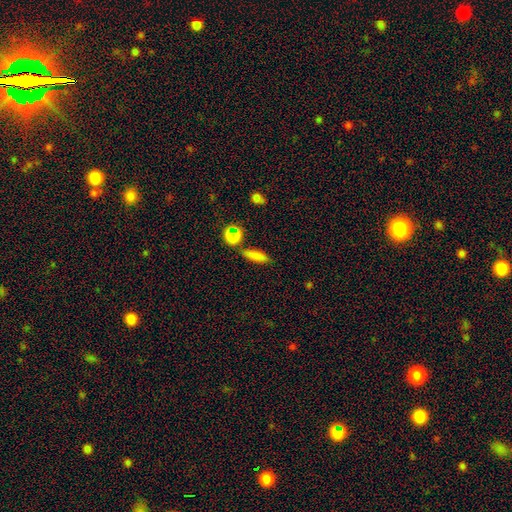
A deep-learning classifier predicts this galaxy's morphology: A smooth galaxy with no disk features (81%) that is cigar-shaped (48%).

Vote fractions:
- Smooth or featured? smooth: 81% / star or artifact: 12% / featured or disk: 8%
- How rounded? cigar-shaped: 48% / in between: 46% / round: 6%
- Merging? none: 77% / minor disturbance: 11% / merger: 9% / major disturbance: 3%